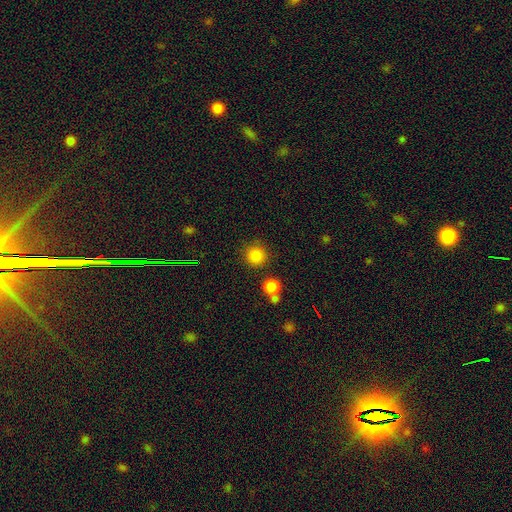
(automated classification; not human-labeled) The model was most divided on "smooth or featured": smooth: 84%, star or artifact: 12%, featured or disk: 4%. More confident: how rounded — round (94%); merging — none (83%).